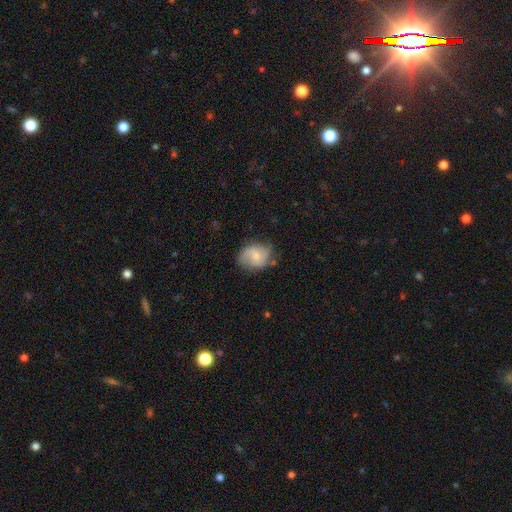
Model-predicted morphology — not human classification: This is possibly a featured or disk galaxy (49%). Merging: likely none (66%).